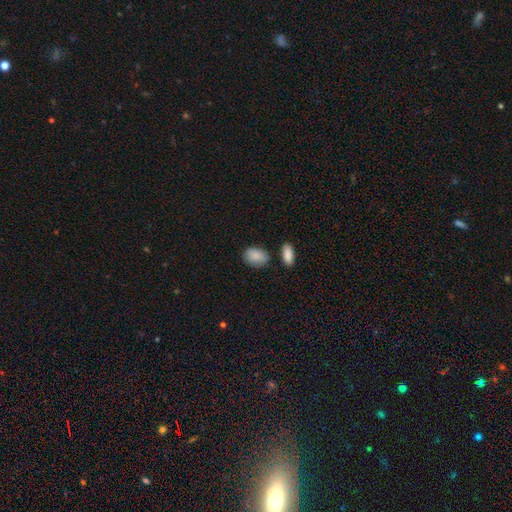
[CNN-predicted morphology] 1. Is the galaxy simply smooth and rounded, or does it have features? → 87% smooth, 7% featured or disk, 6% star or artifact.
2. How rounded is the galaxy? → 82% in between, 16% round, 2% cigar-shaped.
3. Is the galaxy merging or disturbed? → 73% none, 18% minor disturbance, 6% merger, 4% major disturbance.